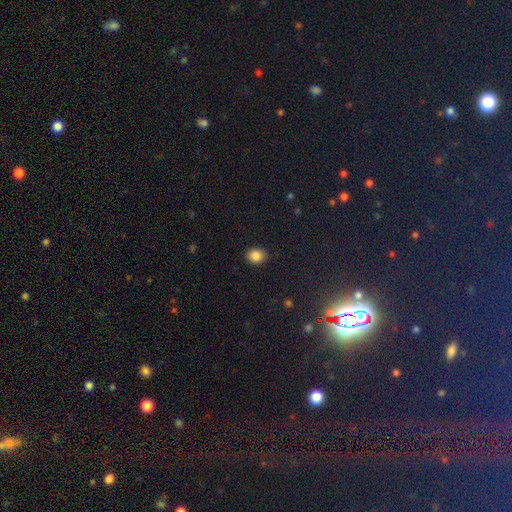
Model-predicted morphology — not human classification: Smooth or featured? Predicted: smooth (p=0.86). How rounded? Predicted: round (p=0.60). Merging? Predicted: none (p=0.89).